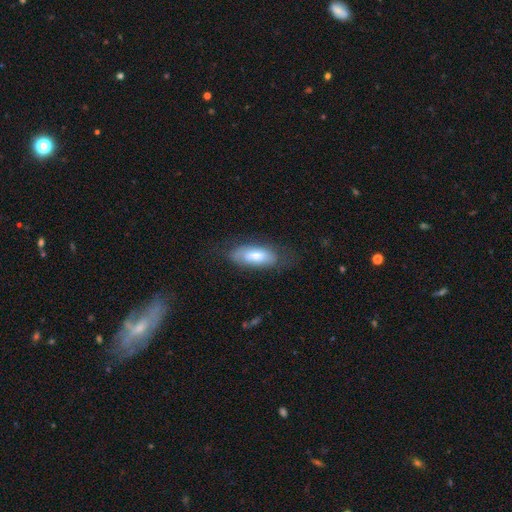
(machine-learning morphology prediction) Smooth or featured? smooth (65%)
How rounded? in between (83%)
Merging? none (63%)